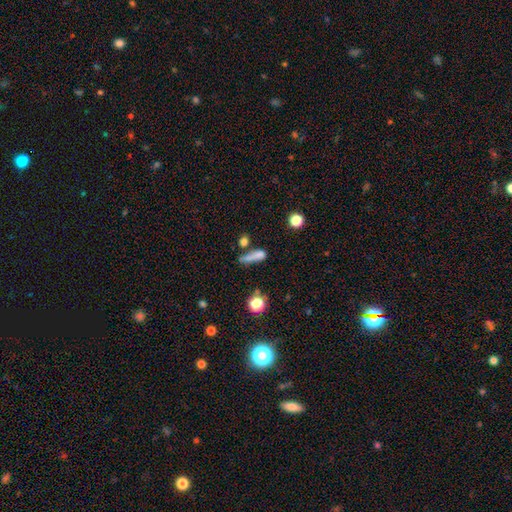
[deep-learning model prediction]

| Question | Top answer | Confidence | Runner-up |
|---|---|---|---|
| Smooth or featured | smooth | 68% | featured or disk (18%) |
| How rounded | cigar-shaped | 58% | in between (33%) |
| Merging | none | 39% | merger (23%) |